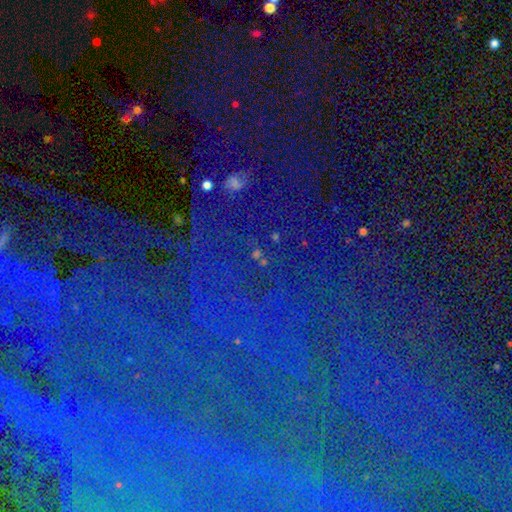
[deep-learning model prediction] Smooth or featured? star or artifact (81%)